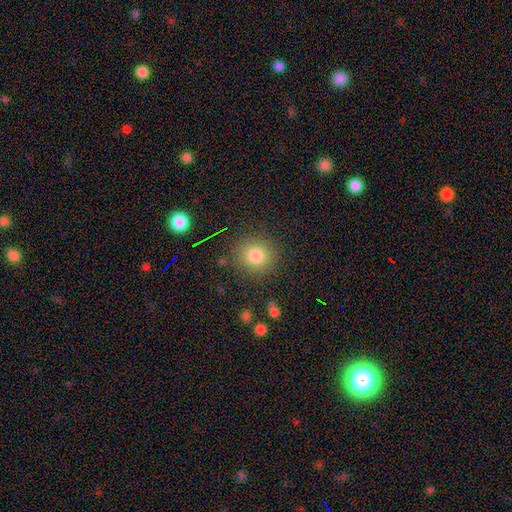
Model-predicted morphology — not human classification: This is clearly a smooth galaxy (80%). How rounded: clearly round (87%). Merging: clearly none (86%).